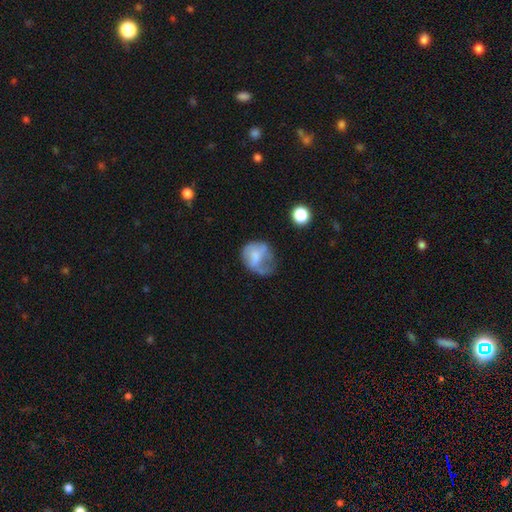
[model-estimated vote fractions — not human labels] A smooth galaxy with no disk features (56%) that is round (57%).

Vote fractions:
- Smooth or featured? smooth: 56% / featured or disk: 34% / star or artifact: 10%
- How rounded? round: 57% / in between: 42% / cigar-shaped: 1%
- Merging? major disturbance: 40% / minor disturbance: 28% / none: 28% / merger: 4%